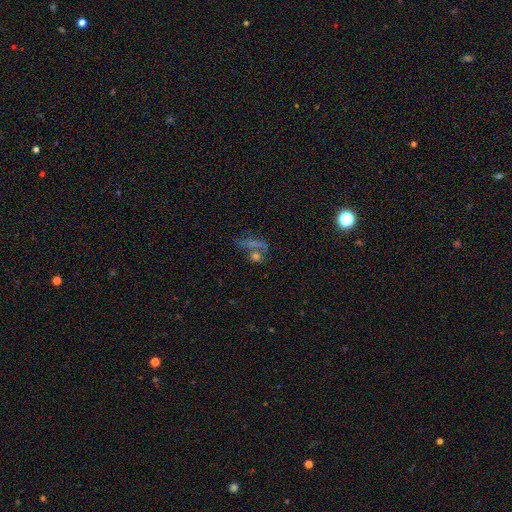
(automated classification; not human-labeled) Smooth or featured: smooth — 50% (star or artifact — 28%)
Merging: none — 44% (merger — 30%)